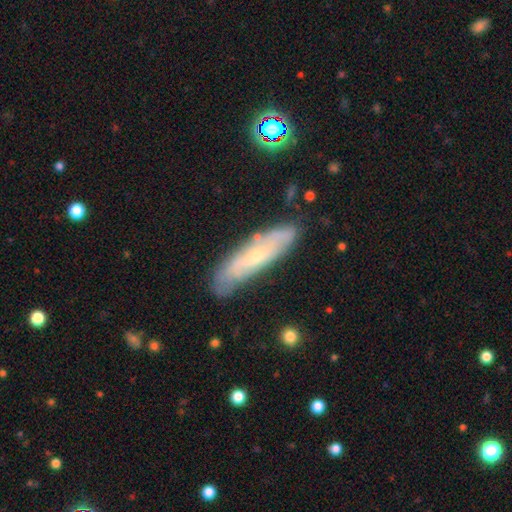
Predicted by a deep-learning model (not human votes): Smooth or featured: featured or disk — 54% (smooth — 38%)
Edge-on disk: no — 60% (yes — 40%)
Merging: none — 76% (minor disturbance — 18%)